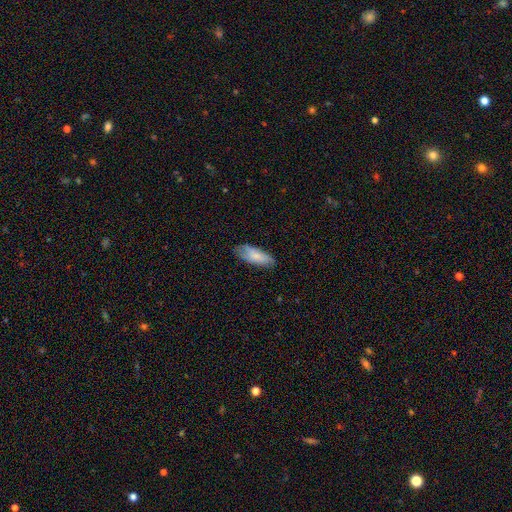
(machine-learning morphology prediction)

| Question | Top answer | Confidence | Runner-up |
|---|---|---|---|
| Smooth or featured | smooth | 78% | featured or disk (16%) |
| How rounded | in between | 71% | cigar-shaped (27%) |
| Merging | none | 71% | minor disturbance (23%) |